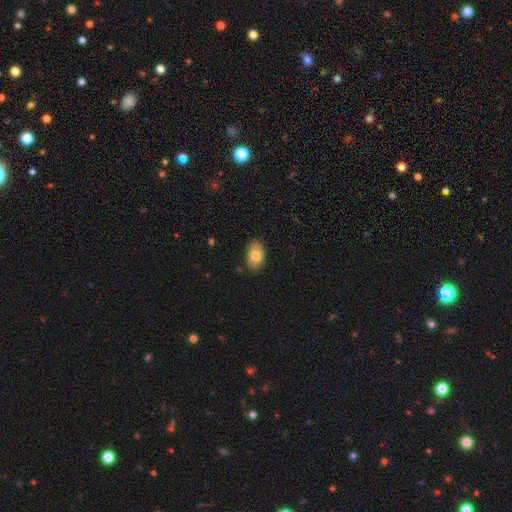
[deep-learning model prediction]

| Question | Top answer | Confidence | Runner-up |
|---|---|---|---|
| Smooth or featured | smooth | 79% | featured or disk (13%) |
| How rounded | in between | 88% | round (11%) |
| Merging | none | 85% | minor disturbance (12%) |